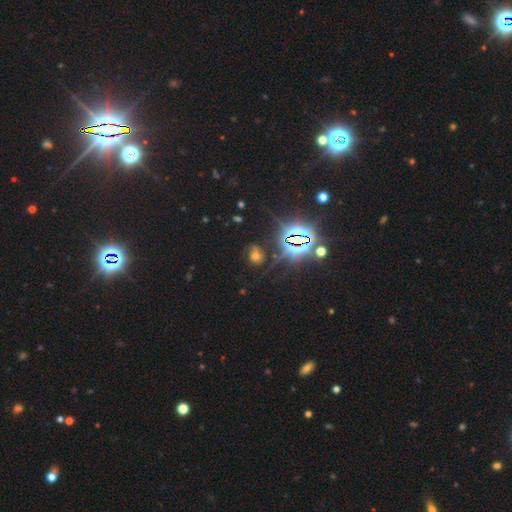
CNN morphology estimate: Smooth or featured? Predicted: star or artifact (p=0.50).